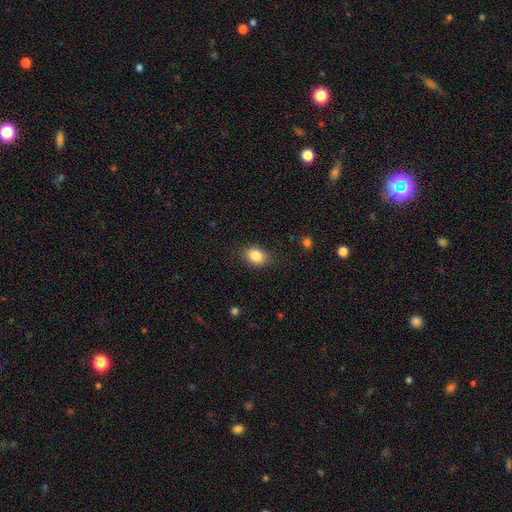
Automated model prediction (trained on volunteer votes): Morphology: type=smooth (85%); roundness=in between (70%); merging=none (81%).